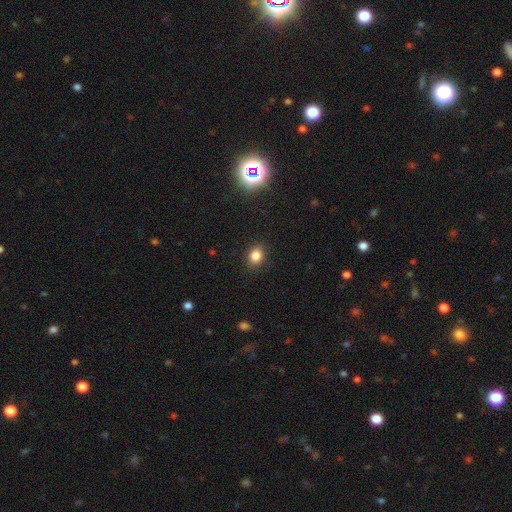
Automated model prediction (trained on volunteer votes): Smooth or featured? smooth (84%)
How rounded? in between (51%)
Merging? none (88%)